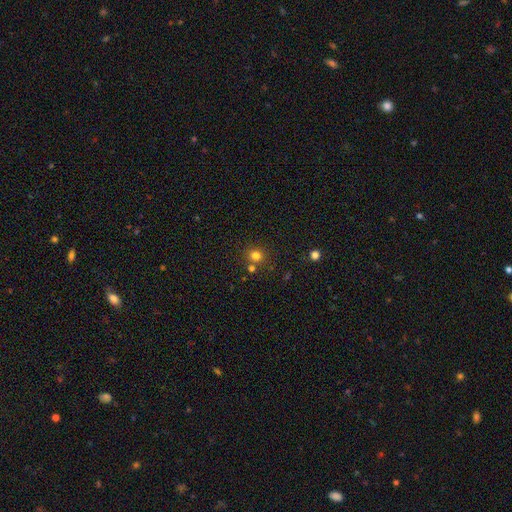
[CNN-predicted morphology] Smooth or featured?
  - smooth: 78% *
  - star or artifact: 16%
  - featured or disk: 6%
How rounded?
  - round: 90% *
  - in between: 9%
  - cigar-shaped: 1%
Merging?
  - none: 76% *
  - merger: 14%
  - minor disturbance: 8%
  - major disturbance: 3%